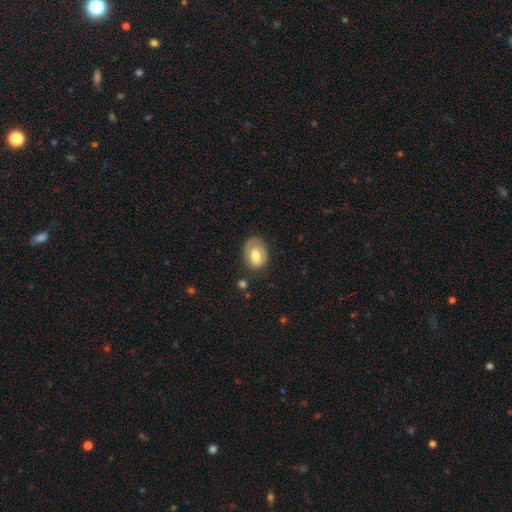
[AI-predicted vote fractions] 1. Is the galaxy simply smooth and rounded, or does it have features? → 57% smooth, 36% featured or disk, 7% star or artifact.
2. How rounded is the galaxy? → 74% in between, 25% round, 1% cigar-shaped.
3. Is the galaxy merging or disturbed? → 68% none, 22% minor disturbance, 7% major disturbance, 3% merger.